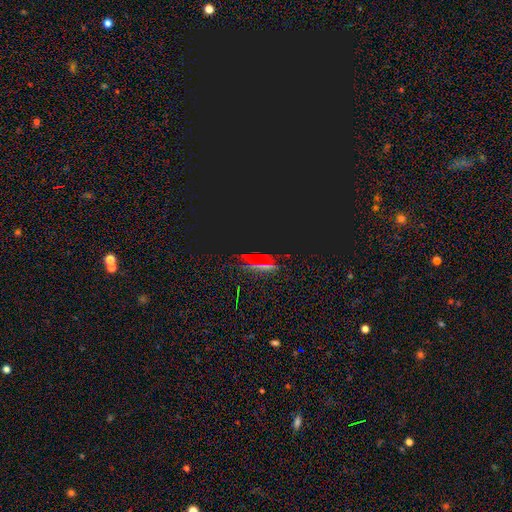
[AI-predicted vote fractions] A star or artifact, not a galaxy (70%).